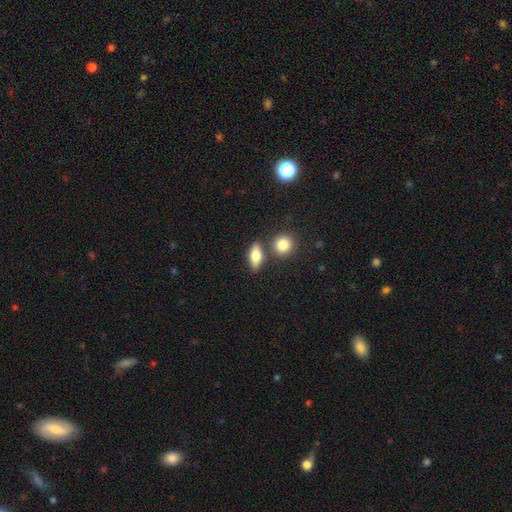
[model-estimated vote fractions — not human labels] The model was most divided on "how rounded": in between: 72%, cigar-shaped: 15%, round: 13%. More confident: smooth or featured — smooth (75%); merging — none (73%).